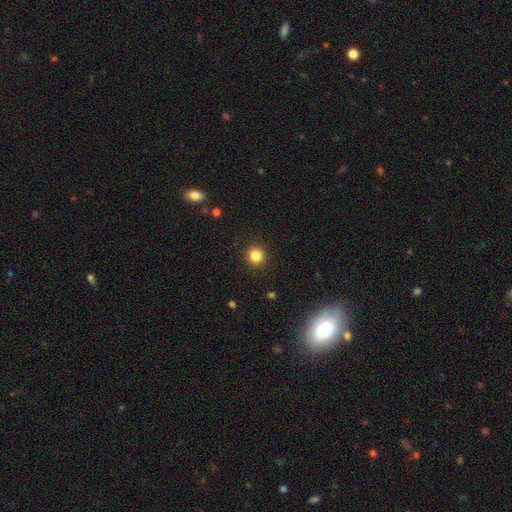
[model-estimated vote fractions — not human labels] smooth-or-featured: smooth: 84% | star or artifact: 11% | featured or disk: 5%
  how-rounded: round: 91% | in between: 8% | cigar-shaped: 1%
  merging: none: 91% | minor disturbance: 6% | major disturbance: 2% | merger: 1%